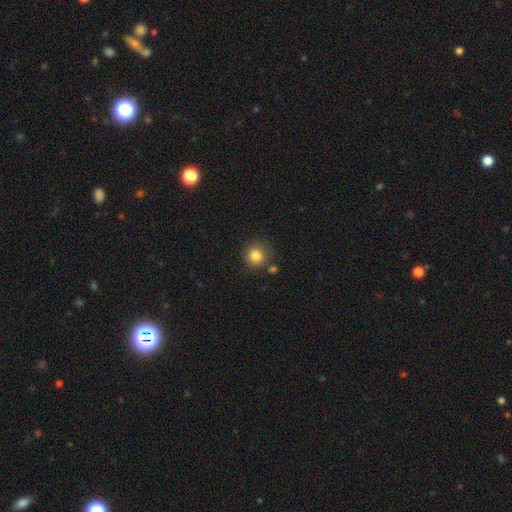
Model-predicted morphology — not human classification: The model was most divided on "merging": none: 80%, minor disturbance: 10%, merger: 7%, major disturbance: 3%. More confident: how rounded — round (92%); smooth or featured — smooth (84%).